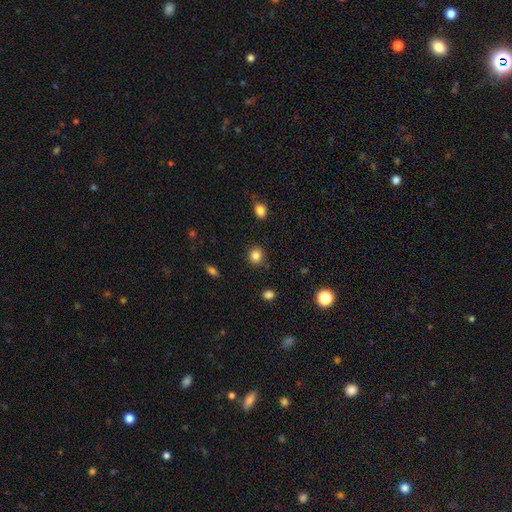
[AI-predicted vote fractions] Smooth or featured?
  - smooth: 85% *
  - star or artifact: 11%
  - featured or disk: 4%
How rounded?
  - round: 87% *
  - in between: 12%
  - cigar-shaped: 1%
Merging?
  - none: 88% *
  - minor disturbance: 8%
  - major disturbance: 2%
  - merger: 2%